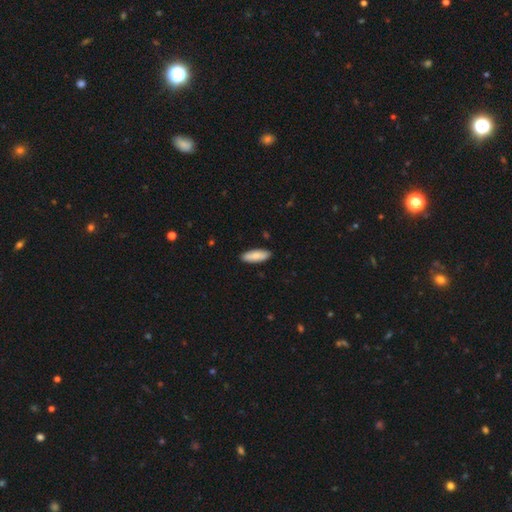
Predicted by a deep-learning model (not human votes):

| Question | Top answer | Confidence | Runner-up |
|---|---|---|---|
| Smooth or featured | smooth | 84% | featured or disk (10%) |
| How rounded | in between | 62% | cigar-shaped (36%) |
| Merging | none | 89% | minor disturbance (8%) |